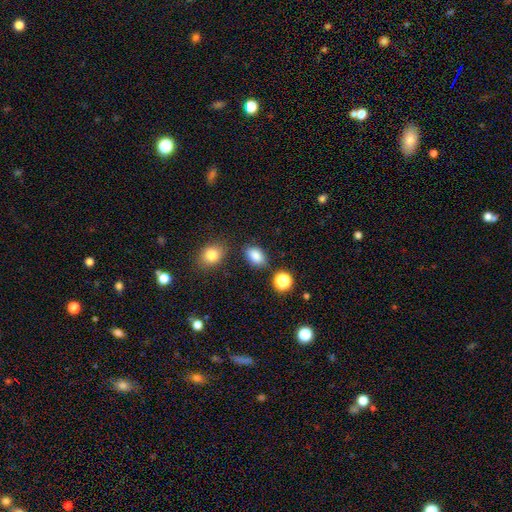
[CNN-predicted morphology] This appears to be a smooth galaxy with no disk features (85%) that is in between round and cigar-shaped (85%). Merging: none (80%).